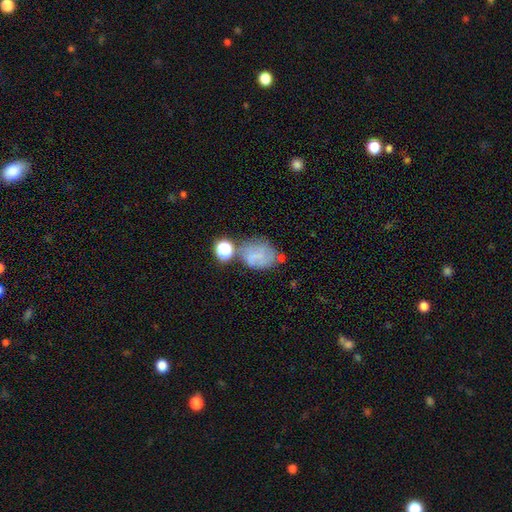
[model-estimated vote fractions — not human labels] A featured or disk galaxy (40%). Merging: none (52%).